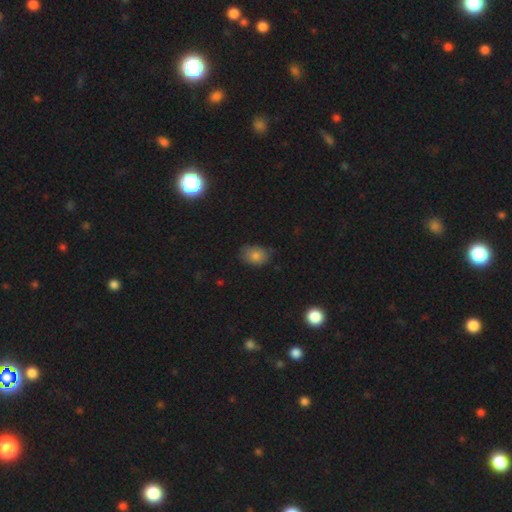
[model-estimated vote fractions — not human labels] A smooth galaxy with no disk features (80%) that is in between round and cigar-shaped (72%). Merging: none (70%).